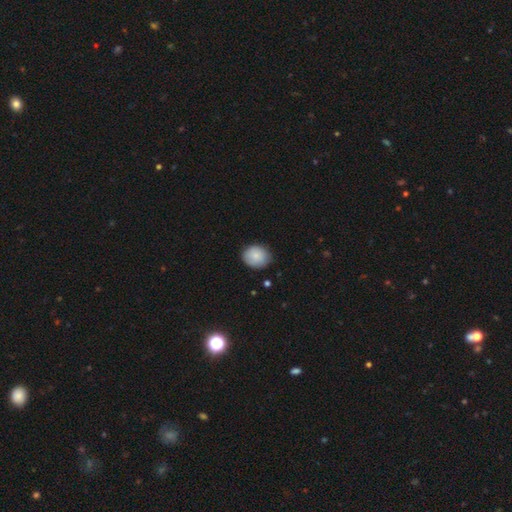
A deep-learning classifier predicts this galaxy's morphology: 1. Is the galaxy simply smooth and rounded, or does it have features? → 85% smooth, 8% featured or disk, 7% star or artifact.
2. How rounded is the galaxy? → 62% round, 37% in between, 1% cigar-shaped.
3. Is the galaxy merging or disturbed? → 79% none, 17% minor disturbance, 3% major disturbance, 1% merger.